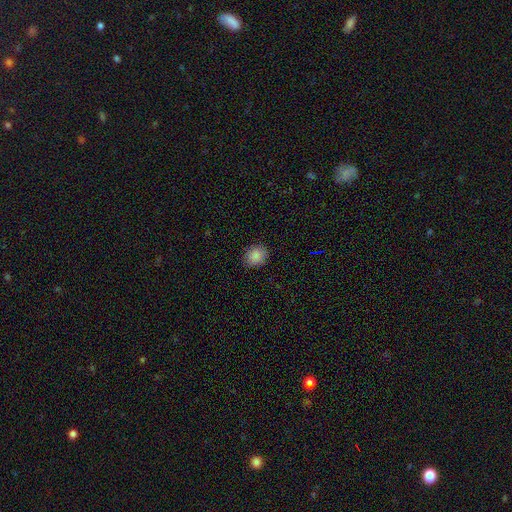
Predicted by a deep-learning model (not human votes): This is clearly a smooth galaxy (86%). How rounded: likely round (69%). Merging: clearly none (86%).